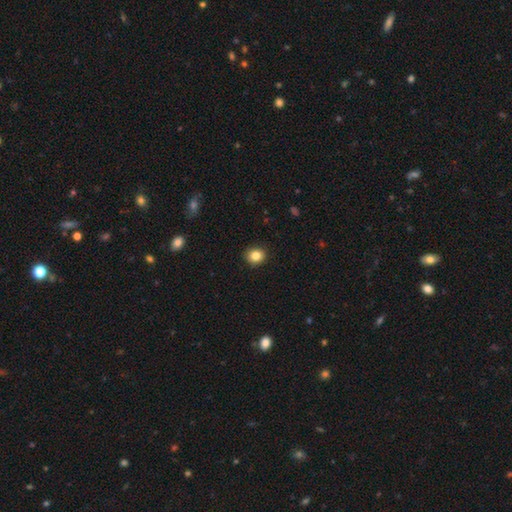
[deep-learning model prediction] Smooth or featured?
  - smooth: 83% *
  - star or artifact: 11%
  - featured or disk: 6%
How rounded?
  - round: 80% *
  - in between: 19%
  - cigar-shaped: 1%
Merging?
  - none: 90% *
  - minor disturbance: 7%
  - major disturbance: 2%
  - merger: 1%